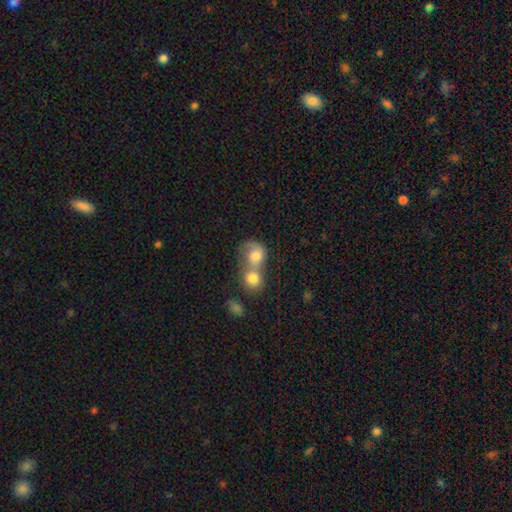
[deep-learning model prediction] This appears to be a smooth galaxy with no disk features (68%) that is round (64%). Merging: merger (77%).